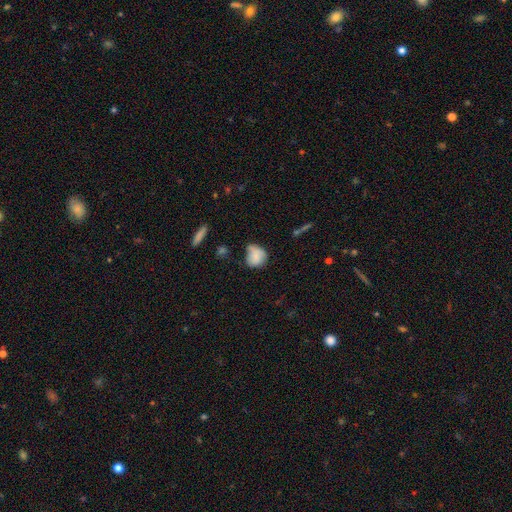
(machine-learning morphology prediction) This is likely a smooth galaxy (79%). How rounded: likely round (66%). Merging: marginally none (42%).